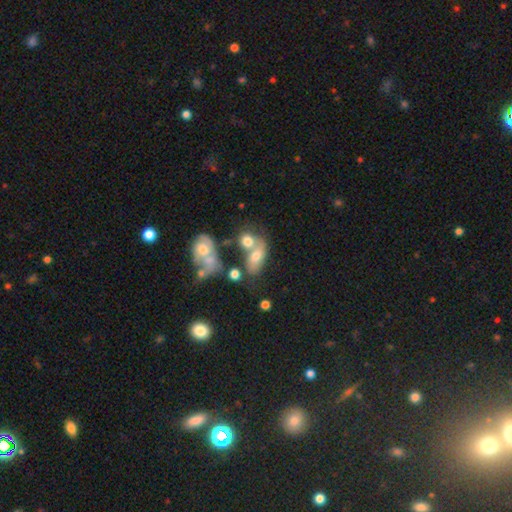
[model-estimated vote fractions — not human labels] Smooth or featured: smooth — 52% (featured or disk — 33%)
How rounded: in between — 82% (round — 13%)
Merging: merger — 46% (none — 27%)